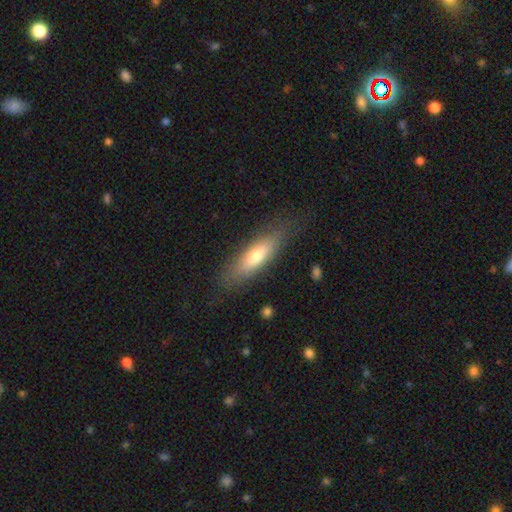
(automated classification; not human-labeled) smooth-or-featured: smooth: 65% | featured or disk: 28% | star or artifact: 6%
  how-rounded: cigar-shaped: 57% | in between: 41% | round: 2%
  merging: none: 79% | minor disturbance: 15% | major disturbance: 5% | merger: 1%